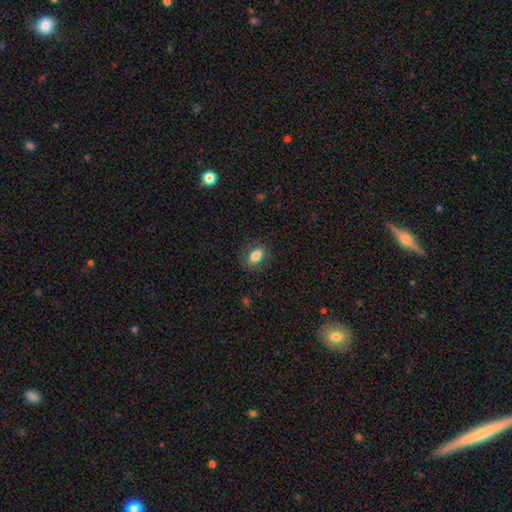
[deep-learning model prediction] Smooth or featured? Predicted: smooth (p=0.78). How rounded? Predicted: in between (p=0.85). Merging? Predicted: none (p=0.74).